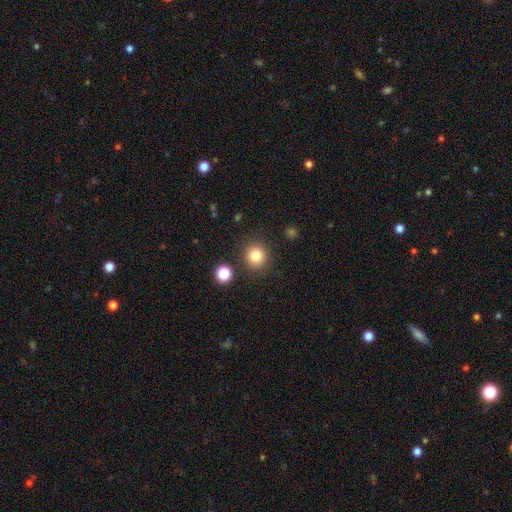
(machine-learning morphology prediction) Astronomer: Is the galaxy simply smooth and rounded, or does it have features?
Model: smooth — 83%.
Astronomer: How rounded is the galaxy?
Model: round — 92%.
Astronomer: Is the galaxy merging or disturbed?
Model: none — 87%.